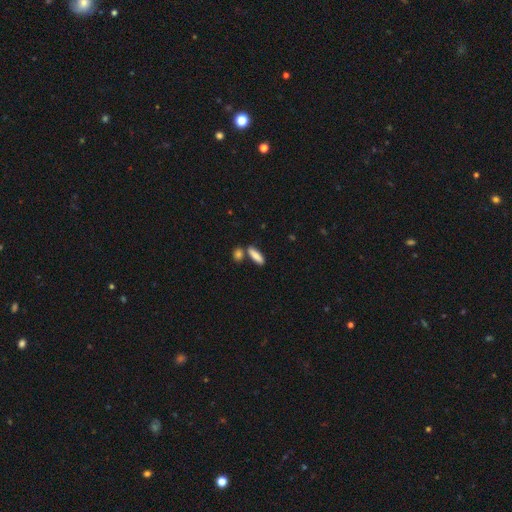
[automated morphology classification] Smooth or featured? Predicted: smooth (p=0.83). How rounded? Predicted: in between (p=0.49). Merging? Predicted: none (p=0.67).